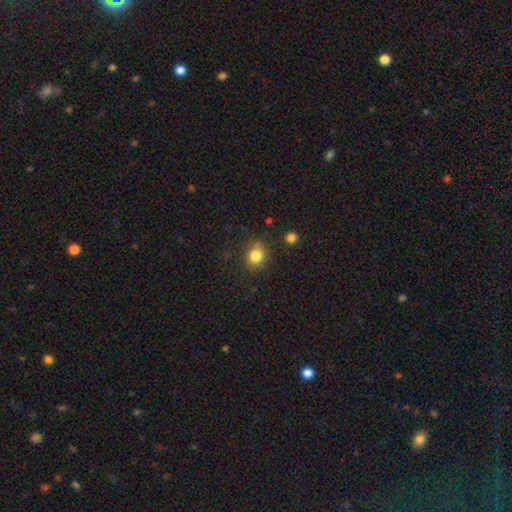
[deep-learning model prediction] Q: Smooth or featured?
A: smooth (82%); runner-up: star or artifact (11%)
Q: How rounded?
A: round (69%); runner-up: in between (30%)
Q: Merging?
A: none (77%); runner-up: minor disturbance (14%)